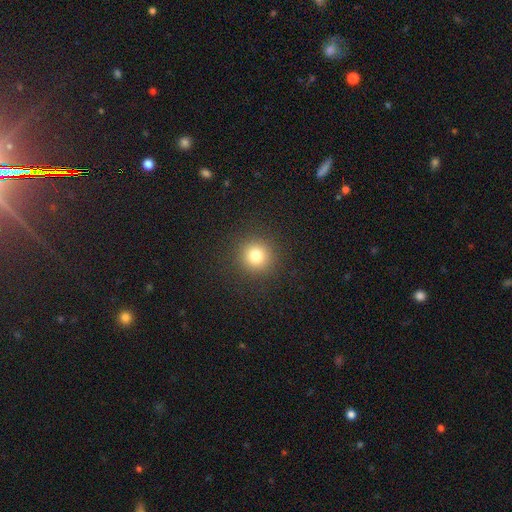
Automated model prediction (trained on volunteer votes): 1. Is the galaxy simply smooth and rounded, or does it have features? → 80% smooth, 14% star or artifact, 7% featured or disk.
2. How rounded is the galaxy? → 94% round, 5% in between, 1% cigar-shaped.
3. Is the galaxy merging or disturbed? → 91% none, 5% minor disturbance, 3% major disturbance, 1% merger.